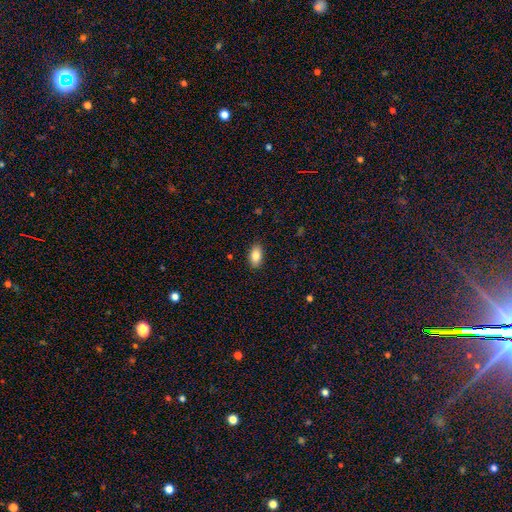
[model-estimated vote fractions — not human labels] Q: Smooth or featured?
A: smooth (84%); runner-up: featured or disk (8%)
Q: How rounded?
A: in between (92%); runner-up: round (5%)
Q: Merging?
A: none (89%); runner-up: minor disturbance (8%)